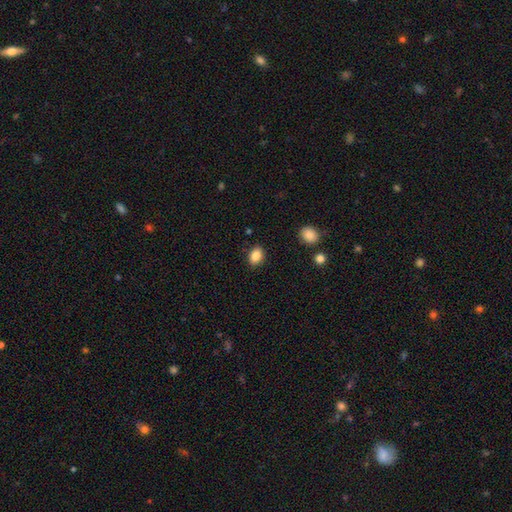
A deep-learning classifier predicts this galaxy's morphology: Smooth or featured: smooth — 86% (star or artifact — 9%)
How rounded: in between — 78% (round — 20%)
Merging: none — 87% (minor disturbance — 9%)